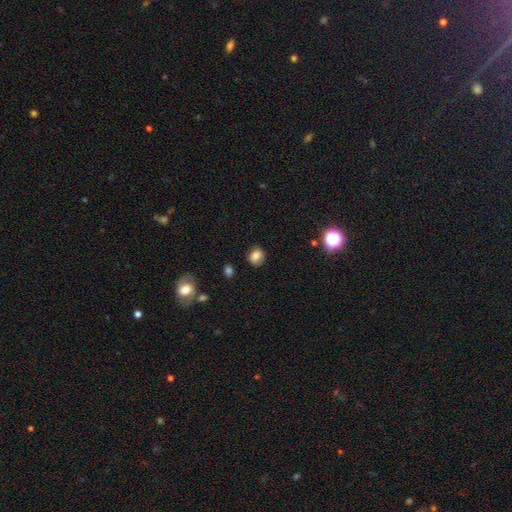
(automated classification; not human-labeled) This appears to be a smooth galaxy with no disk features (78%) that is round (62%). Merging: none (83%).